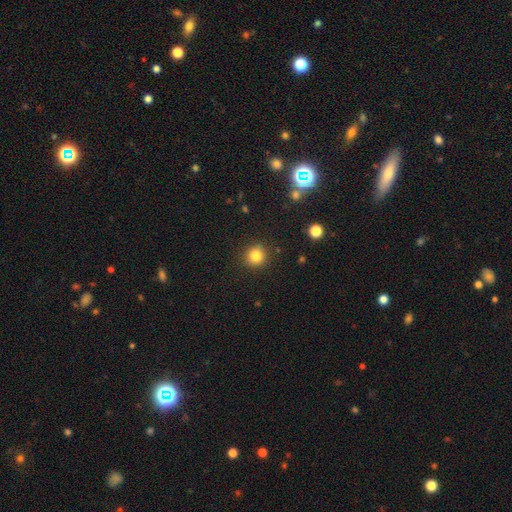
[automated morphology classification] Smooth or featured? Predicted: smooth (p=0.82). How rounded? Predicted: round (p=0.92). Merging? Predicted: none (p=0.90).